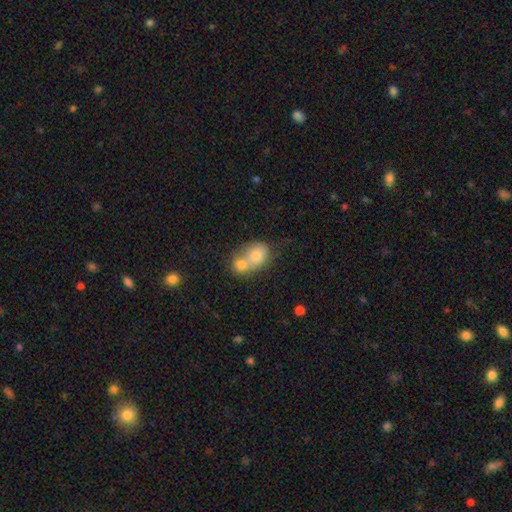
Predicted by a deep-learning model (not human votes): smooth-or-featured: smooth: 73% | featured or disk: 18% | star or artifact: 9%
  how-rounded: round: 53% | in between: 46% | cigar-shaped: 1%
  merging: merger: 69% | none: 21% | minor disturbance: 7% | major disturbance: 3%